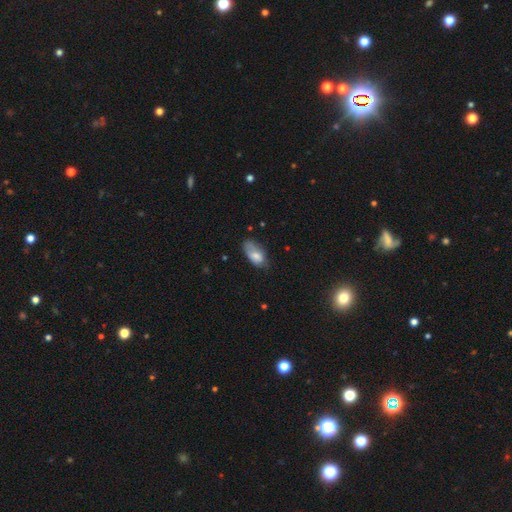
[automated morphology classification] smooth-or-featured: smooth: 71% | featured or disk: 21% | star or artifact: 8%
  how-rounded: in between: 91% | cigar-shaped: 5% | round: 4%
  merging: none: 45% | minor disturbance: 36% | major disturbance: 15% | merger: 3%